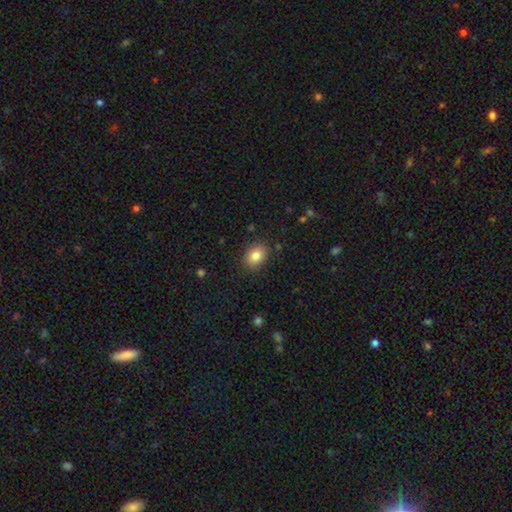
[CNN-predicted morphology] Smooth or featured? Predicted: smooth (p=0.84). How rounded? Predicted: in between (p=0.66). Merging? Predicted: none (p=0.86).